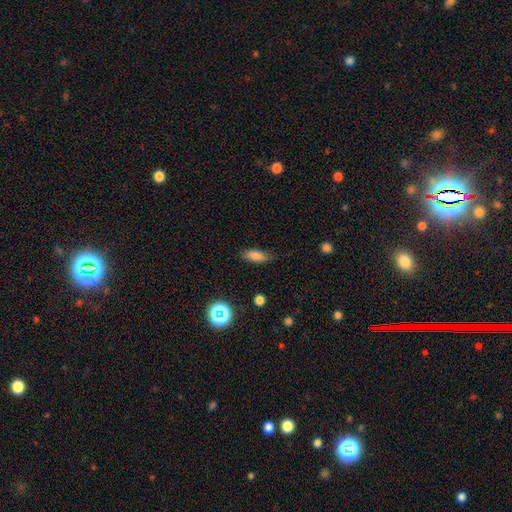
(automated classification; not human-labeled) Overall: smooth (79%). How rounded: in between (71%). Merging: none (81%).